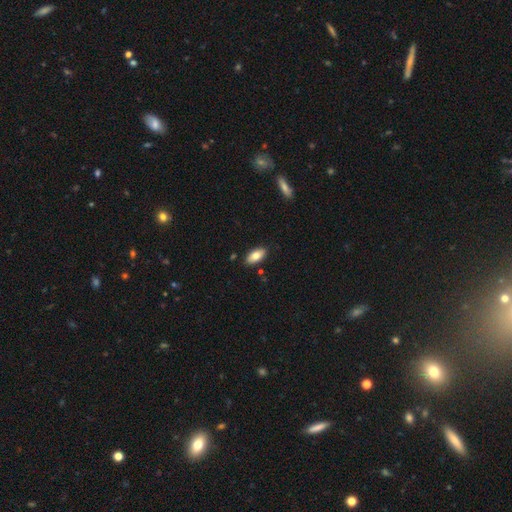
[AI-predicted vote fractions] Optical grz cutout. It shows a smooth galaxy with no disk features (81%) that is in between round and cigar-shaped (90%). Merging: none (85%).